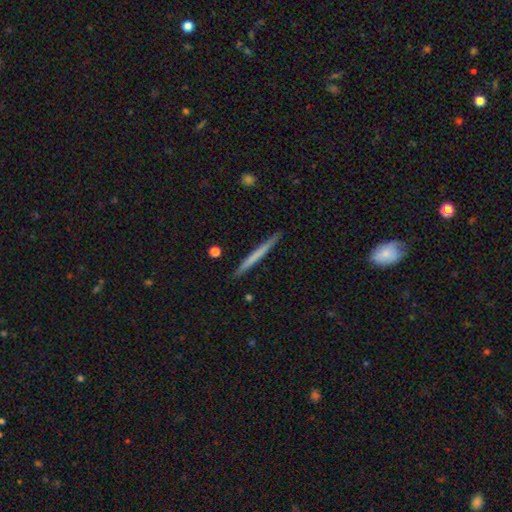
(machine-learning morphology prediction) smooth_or_featured: smooth (p=0.57) [alt: featured or disk p=0.39]
how_rounded: cigar-shaped (p=0.97) [alt: in between p=0.02]
merging: none (p=0.91) [alt: minor disturbance p=0.06]